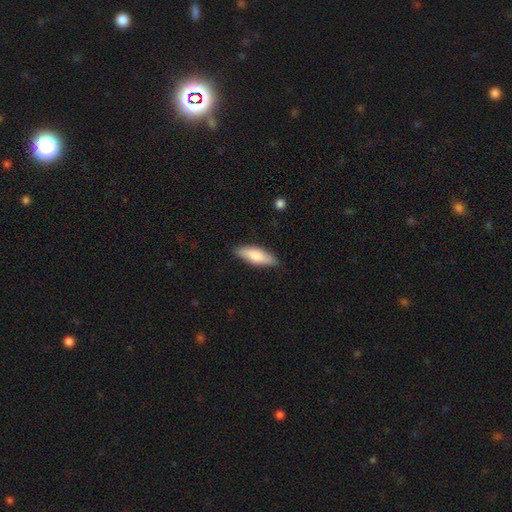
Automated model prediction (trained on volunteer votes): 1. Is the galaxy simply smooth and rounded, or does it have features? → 74% smooth, 20% featured or disk, 5% star or artifact.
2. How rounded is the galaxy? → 58% in between, 40% cigar-shaped, 2% round.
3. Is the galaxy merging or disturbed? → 84% none, 12% minor disturbance, 2% major disturbance, 1% merger.